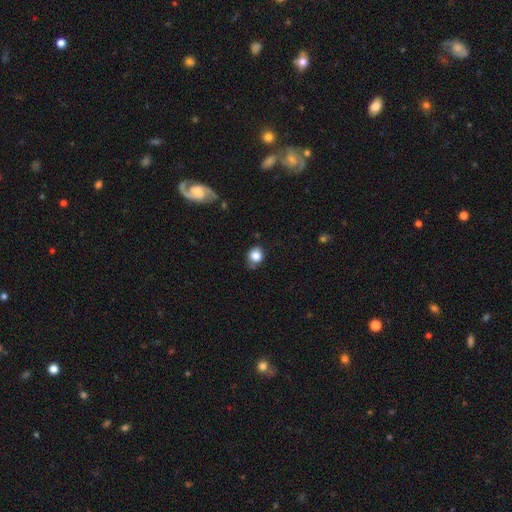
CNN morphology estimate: smooth 83%, star or artifact 10%, featured or disk 8%. Down the decision tree: how rounded — round (71%); merging — none (66%).